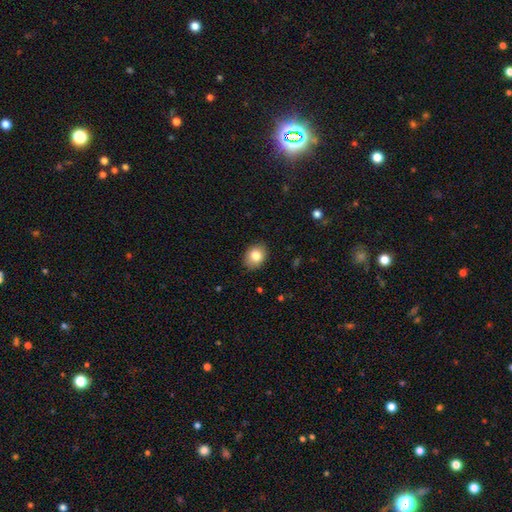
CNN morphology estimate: The model was most divided on "how rounded": in between: 58%, round: 42%, cigar-shaped: 1%. More confident: merging — none (87%); smooth or featured — smooth (84%).